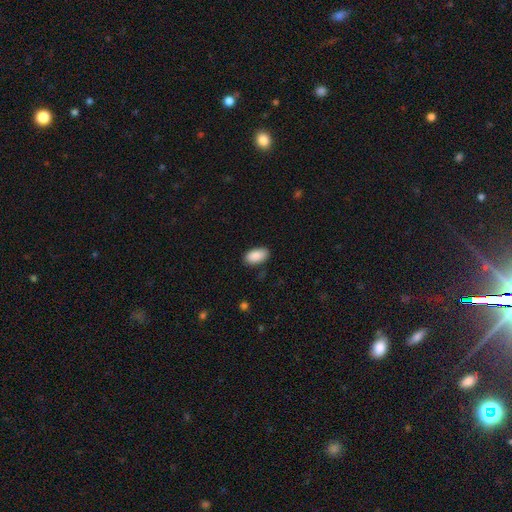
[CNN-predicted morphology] A smooth galaxy with no disk features (89%) that is in between round and cigar-shaped (95%). Merging: none (85%).